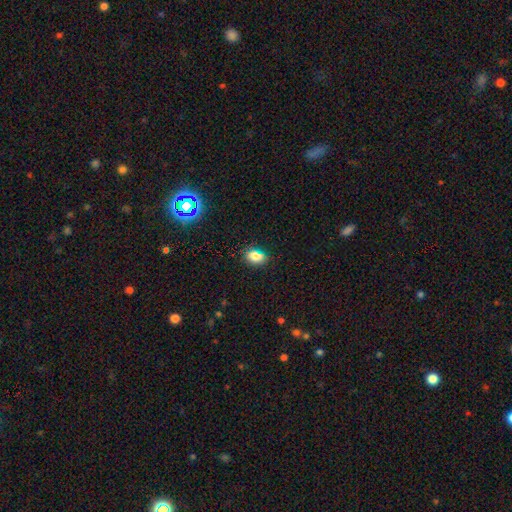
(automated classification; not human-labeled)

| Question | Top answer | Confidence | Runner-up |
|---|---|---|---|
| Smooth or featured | smooth | 79% | star or artifact (13%) |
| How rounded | in between | 76% | round (23%) |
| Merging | none | 83% | minor disturbance (12%) |